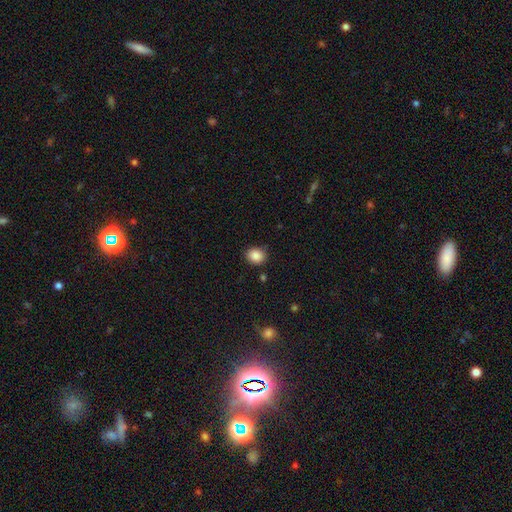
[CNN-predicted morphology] Q: Smooth or featured?
A: smooth (87%); runner-up: star or artifact (9%)
Q: How rounded?
A: round (62%); runner-up: in between (37%)
Q: Merging?
A: none (84%); runner-up: minor disturbance (11%)